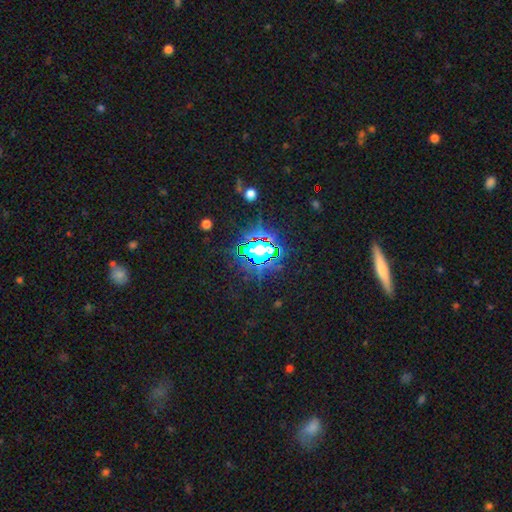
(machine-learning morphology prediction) The model was most divided on "smooth or featured": star or artifact: 78%, smooth: 13%, featured or disk: 9%.